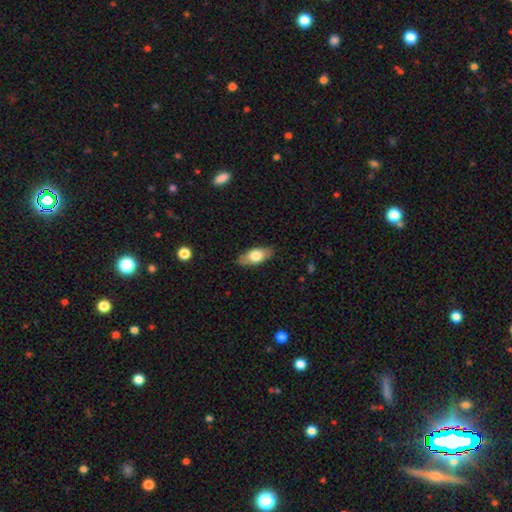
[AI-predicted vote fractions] Morphology: type=smooth (69%); roundness=in between (84%); merging=none (86%).